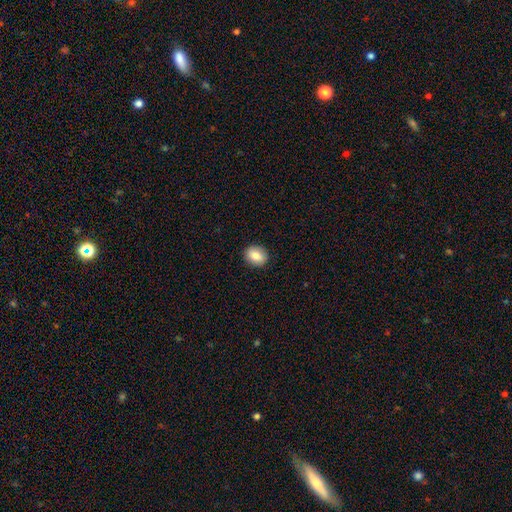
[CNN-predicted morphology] smooth 84%, featured or disk 8%, star or artifact 8%. Down the decision tree: how rounded — round (51%); merging — none (90%).